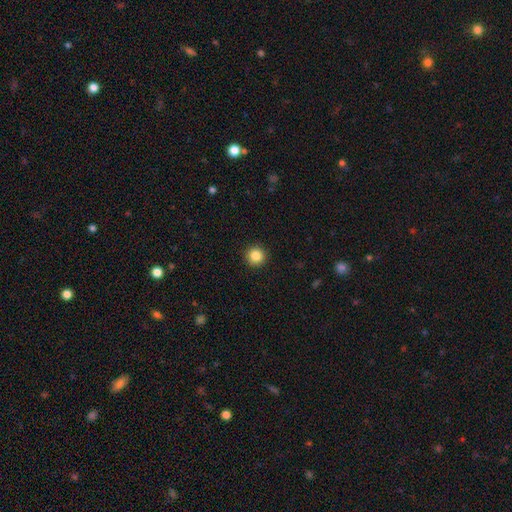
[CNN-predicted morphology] Smooth or featured: smooth — 86% (star or artifact — 10%)
How rounded: round — 95% (in between — 4%)
Merging: none — 93% (minor disturbance — 5%)